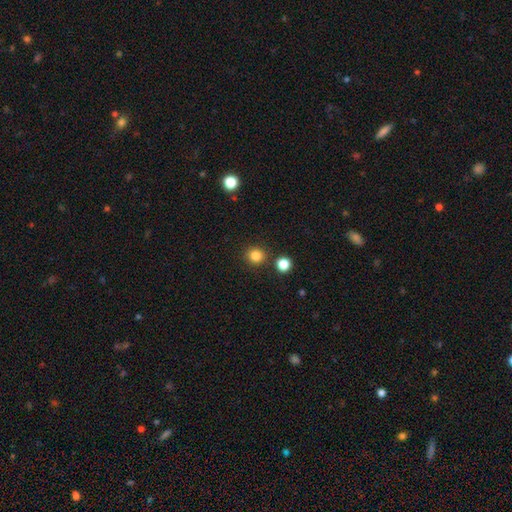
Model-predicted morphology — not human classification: smooth 84%, star or artifact 12%, featured or disk 4%. Down the decision tree: how rounded — round (91%); merging — none (87%).